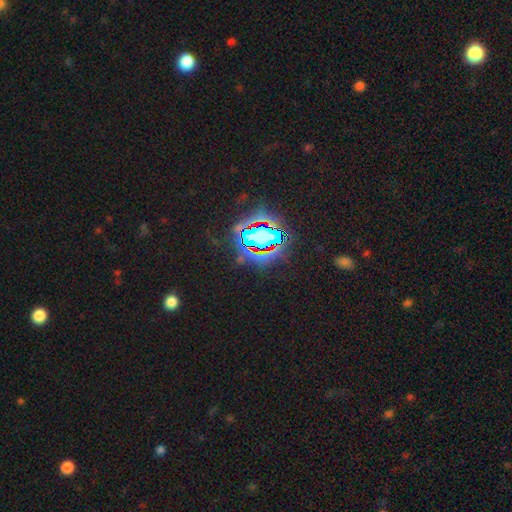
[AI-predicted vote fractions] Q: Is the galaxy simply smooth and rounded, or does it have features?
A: star or artifact — 82%.